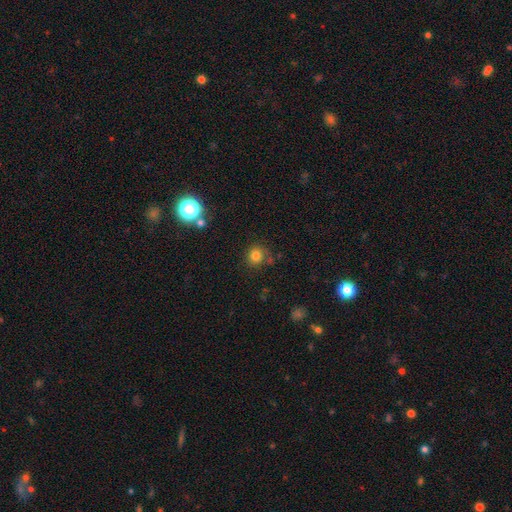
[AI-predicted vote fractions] Smooth or featured? Predicted: smooth (p=0.79). How rounded? Predicted: round (p=0.89). Merging? Predicted: none (p=0.77).